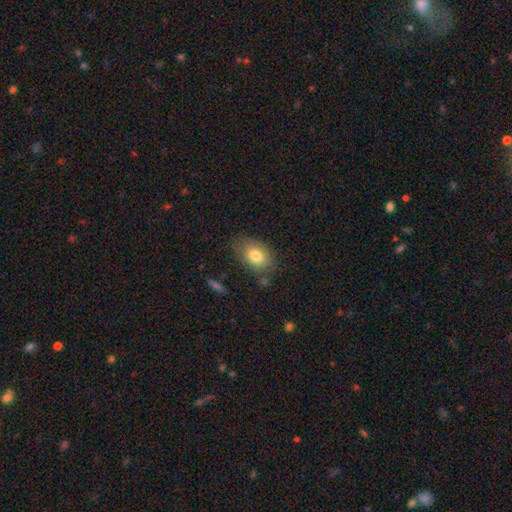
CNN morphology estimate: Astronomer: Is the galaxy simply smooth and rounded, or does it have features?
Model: smooth — 78%.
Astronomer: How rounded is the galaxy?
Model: in between — 83%.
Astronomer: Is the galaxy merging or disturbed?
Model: none — 71%.